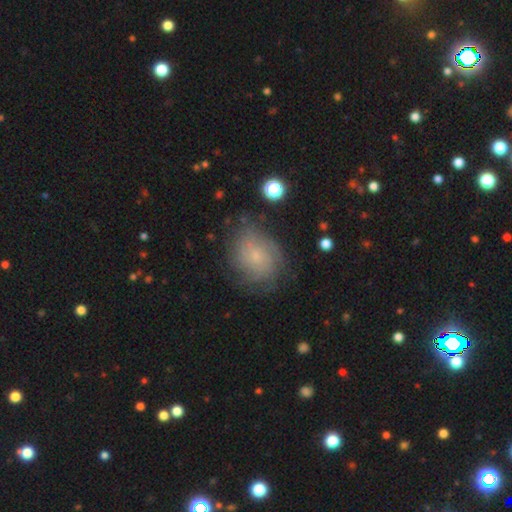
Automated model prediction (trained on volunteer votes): The model was most divided on "smooth or featured": featured or disk: 48%, smooth: 40%, star or artifact: 12%. More confident: merging — none (68%).